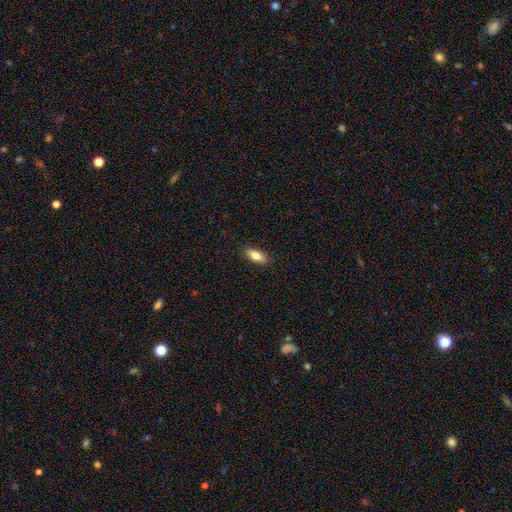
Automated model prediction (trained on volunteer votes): Smooth or featured: smooth — 80% (featured or disk — 13%)
How rounded: in between — 78% (cigar-shaped — 19%)
Merging: none — 88% (minor disturbance — 9%)